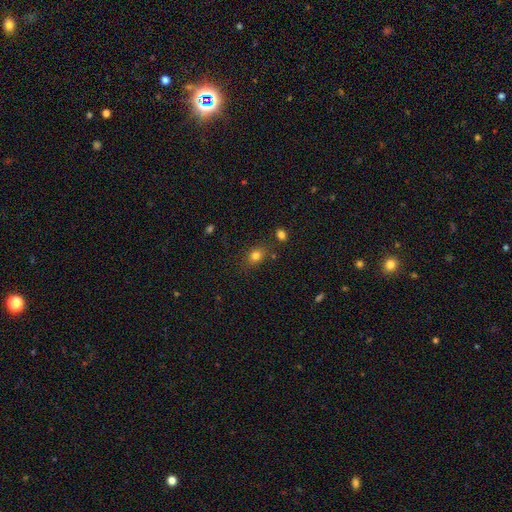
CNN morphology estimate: Smooth or featured?
  - smooth: 79% *
  - star or artifact: 13%
  - featured or disk: 8%
How rounded?
  - in between: 55% *
  - round: 43%
  - cigar-shaped: 2%
Merging?
  - none: 77% *
  - minor disturbance: 14%
  - merger: 5%
  - major disturbance: 4%